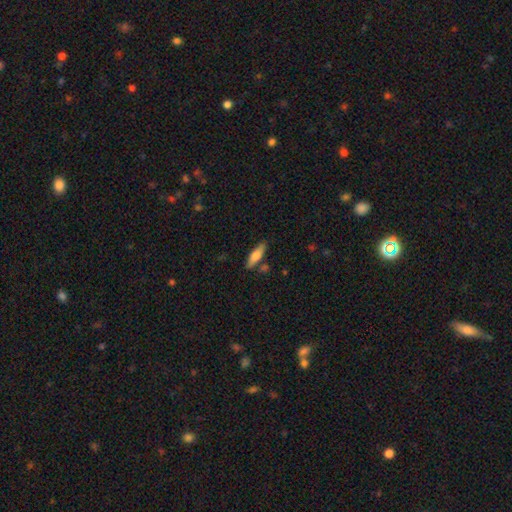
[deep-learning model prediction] smooth_or_featured: smooth (p=0.66) [alt: featured or disk p=0.28]
how_rounded: cigar-shaped (p=0.60) [alt: in between p=0.38]
merging: none (p=0.79) [alt: minor disturbance p=0.12]